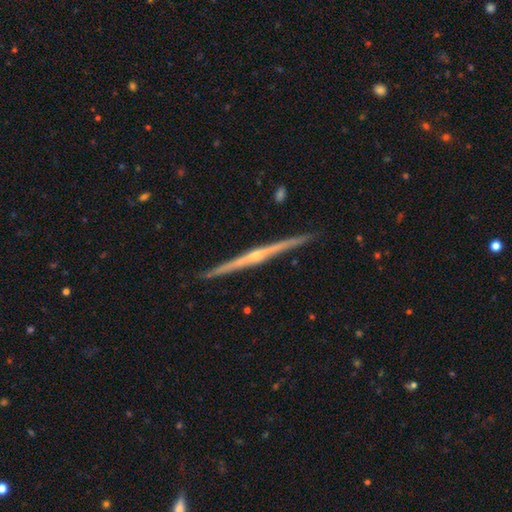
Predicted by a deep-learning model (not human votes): Smooth or featured?
  - featured or disk: 86% *
  - smooth: 10%
  - star or artifact: 5%
Edge-on disk?
  - yes: 99% *
  - no: 1%
Edge-on bulge?
  - rounded: 74% *
  - none: 20%
  - boxy: 6%
Merging?
  - none: 92% *
  - minor disturbance: 6%
  - major disturbance: 1%
  - merger: 1%